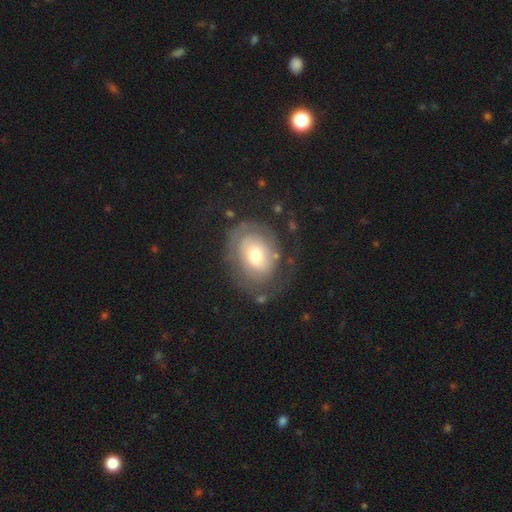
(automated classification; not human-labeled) featured or disk 55%, smooth 37%, star or artifact 8%. Down the decision tree: edge-on disk — no (95%); bar — no (77%); spiral arms — yes (61%); bulge size — moderate (63%); merging — none (60%).